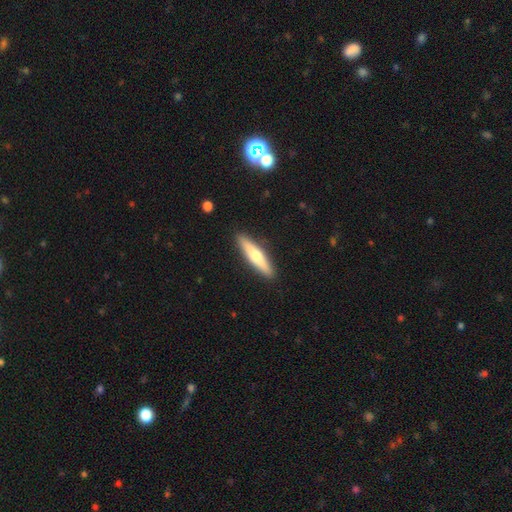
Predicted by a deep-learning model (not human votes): Smooth or featured: smooth — 58% (featured or disk — 37%)
How rounded: cigar-shaped — 84% (in between — 15%)
Merging: none — 90% (minor disturbance — 7%)